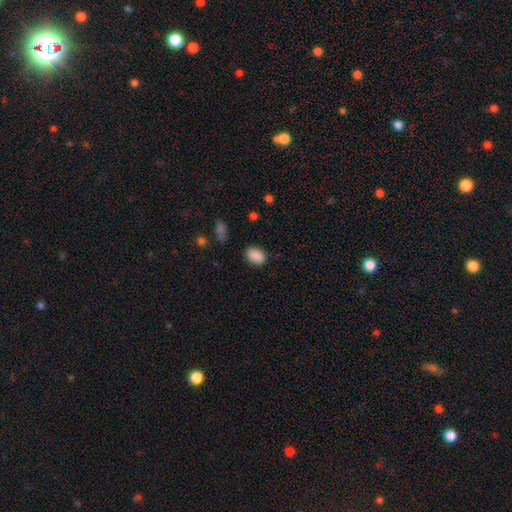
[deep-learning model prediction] smooth_or_featured: smooth (p=0.89) [alt: star or artifact p=0.08]
how_rounded: in between (p=0.82) [alt: round p=0.16]
merging: none (p=0.84) [alt: minor disturbance p=0.12]